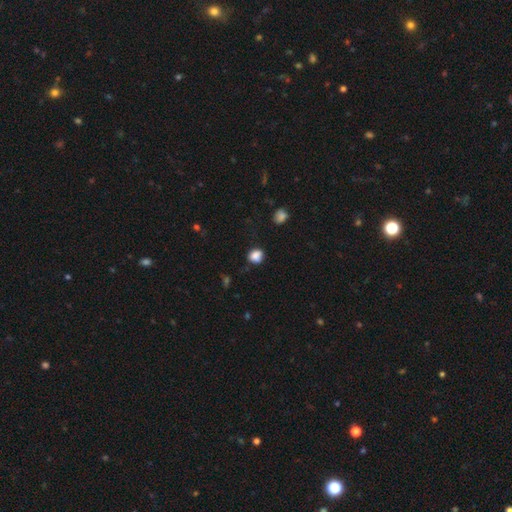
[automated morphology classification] Smooth or featured?
  - smooth: 85% *
  - star or artifact: 10%
  - featured or disk: 4%
How rounded?
  - round: 69% *
  - in between: 30%
  - cigar-shaped: 1%
Merging?
  - none: 73% *
  - minor disturbance: 20%
  - major disturbance: 5%
  - merger: 3%